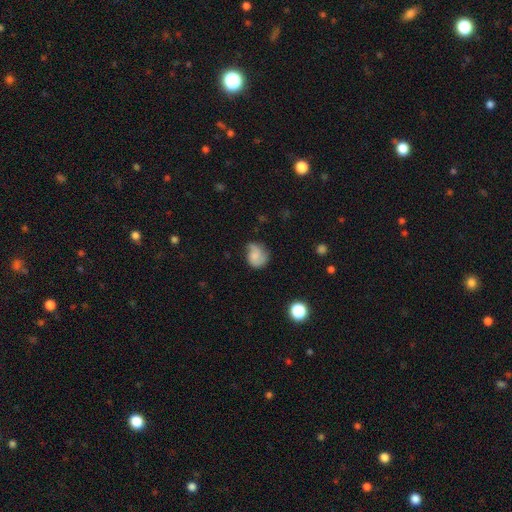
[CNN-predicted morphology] Q: Smooth or featured?
A: smooth (52%); runner-up: featured or disk (38%)
Q: How rounded?
A: round (64%); runner-up: in between (35%)
Q: Merging?
A: none (49%); runner-up: minor disturbance (31%)